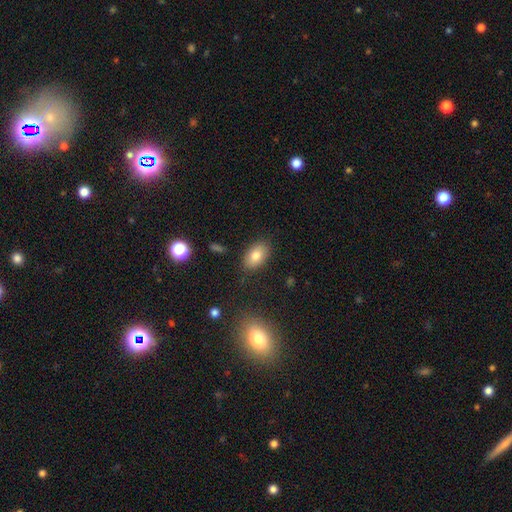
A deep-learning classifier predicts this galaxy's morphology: smooth 79%, featured or disk 12%, star or artifact 9%. Down the decision tree: how rounded — in between (89%); merging — none (85%).